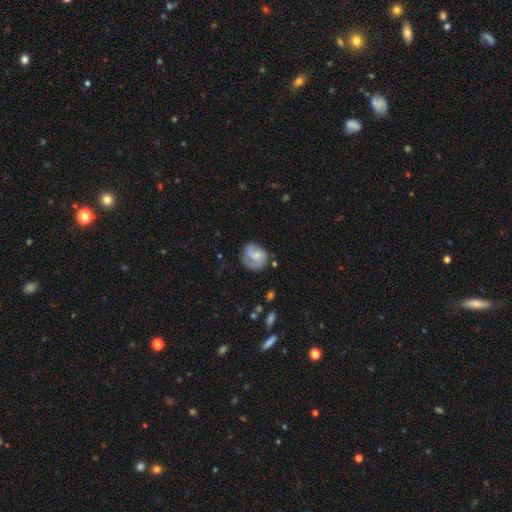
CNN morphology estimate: Smooth or featured? featured or disk (50%)
Merging? none (56%)